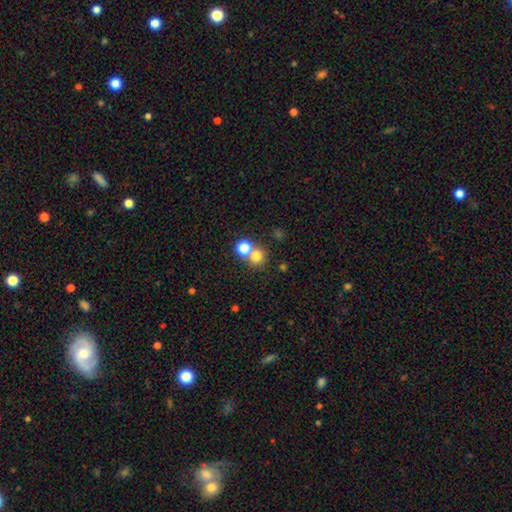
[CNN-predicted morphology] The model was most divided on "merging": none: 54%, merger: 37%, minor disturbance: 6%, major disturbance: 3%. More confident: how rounded — round (89%); smooth or featured — smooth (75%).